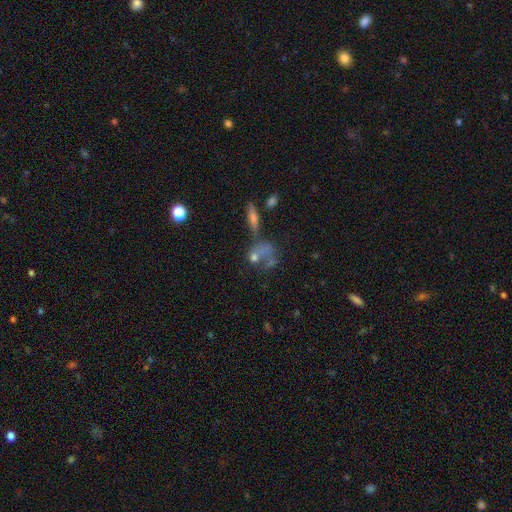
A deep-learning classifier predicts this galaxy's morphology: Q: Smooth or featured?
A: smooth (43%); runner-up: featured or disk (32%)
Q: Merging?
A: none (37%); runner-up: merger (35%)